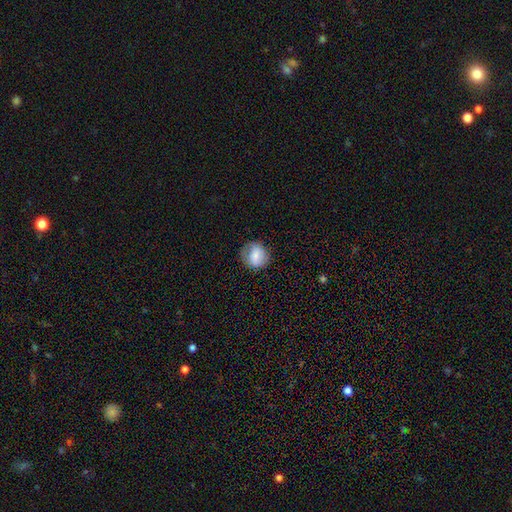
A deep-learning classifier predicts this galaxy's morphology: A smooth galaxy with no disk features (75%) that is round (84%).

Vote fractions:
- Smooth or featured? smooth: 75% / featured or disk: 17% / star or artifact: 8%
- How rounded? round: 84% / in between: 15% / cigar-shaped: 1%
- Merging? none: 77% / minor disturbance: 17% / major disturbance: 6% / merger: 1%